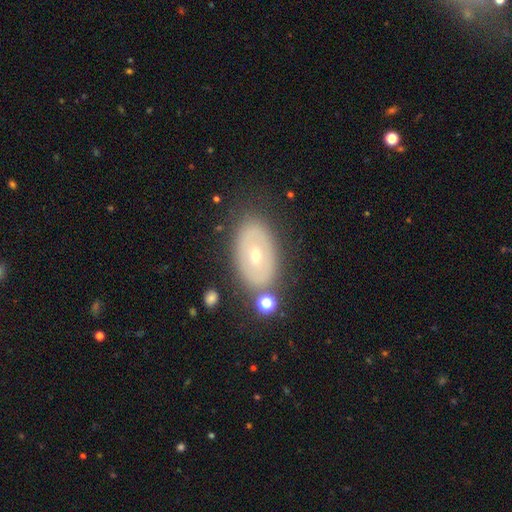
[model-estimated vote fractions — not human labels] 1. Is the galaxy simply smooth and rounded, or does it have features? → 49% featured or disk, 42% smooth, 9% star or artifact.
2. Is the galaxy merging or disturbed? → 76% none, 13% minor disturbance, 6% merger, 5% major disturbance.